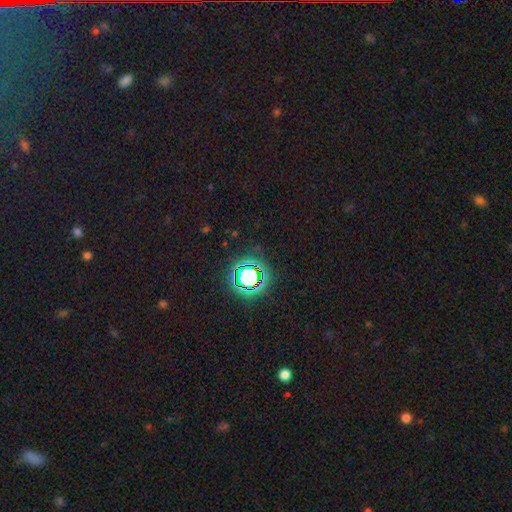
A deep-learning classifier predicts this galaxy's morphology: This is likely a star or artifact rather than a galaxy (79%).